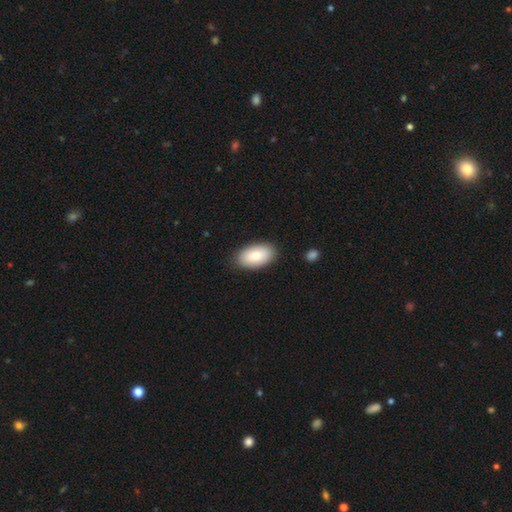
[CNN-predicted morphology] This is clearly a smooth galaxy (84%). How rounded: clearly in between (95%). Merging: clearly none (87%).